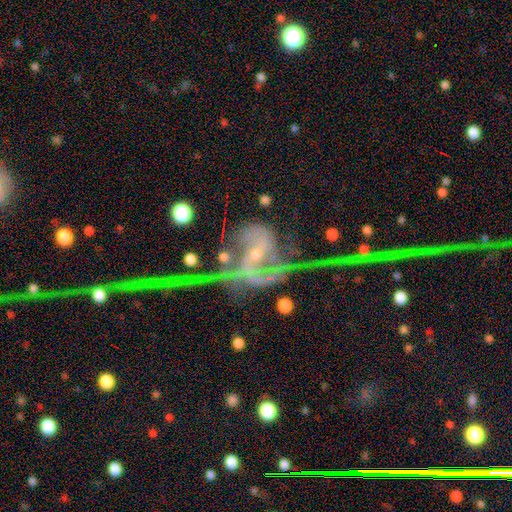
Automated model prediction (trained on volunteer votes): A featured or disk galaxy (89%) with a weak bar (43%), 2 (90%) loose (57%) spiral arms (94%) and a small central bulge (61%).

Vote fractions:
- Smooth or featured? featured or disk: 89% / star or artifact: 6% / smooth: 5%
- Edge-on disk? no: 97% / yes: 3%
- Bar? weak: 43% / no: 32% / strong: 25%
- Spiral arms? yes: 94% / no: 6%
- Spiral winding? loose: 57% / medium: 34% / tight: 9%
- Spiral arm count? 2: 90% / can't tell: 3% / 1: 3% / 3: 2% / 4: 1% / more than 4: 1%
- Bulge size? small: 61% / moderate: 32% / none: 3% / large: 2% / dominant: 1%
- Merging? major disturbance: 38% / none: 32% / minor disturbance: 16% / merger: 14%